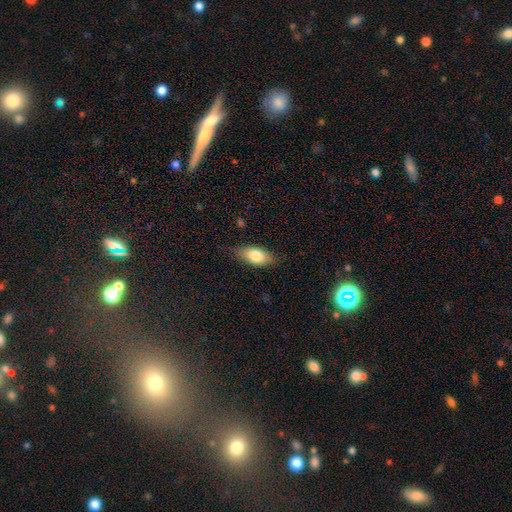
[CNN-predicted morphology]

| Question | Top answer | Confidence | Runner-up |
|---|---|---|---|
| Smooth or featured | smooth | 78% | featured or disk (15%) |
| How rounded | in between | 86% | cigar-shaped (10%) |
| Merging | none | 79% | minor disturbance (17%) |